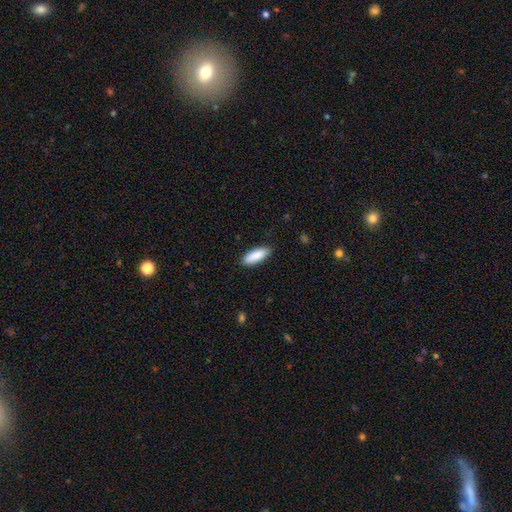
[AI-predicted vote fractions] This is clearly a smooth galaxy (89%). How rounded: likely in between (62%). Merging: clearly none (88%).